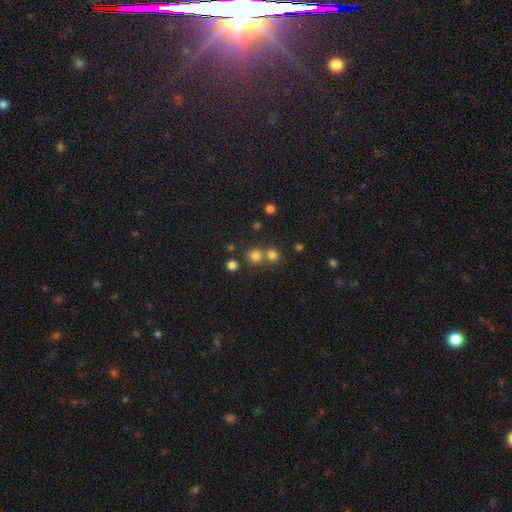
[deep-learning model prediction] A smooth galaxy with no disk features (75%) that is round (91%).

Vote fractions:
- Smooth or featured? smooth: 75% / star or artifact: 19% / featured or disk: 7%
- How rounded? round: 91% / in between: 8% / cigar-shaped: 1%
- Merging? none: 61% / merger: 31% / minor disturbance: 6% / major disturbance: 2%